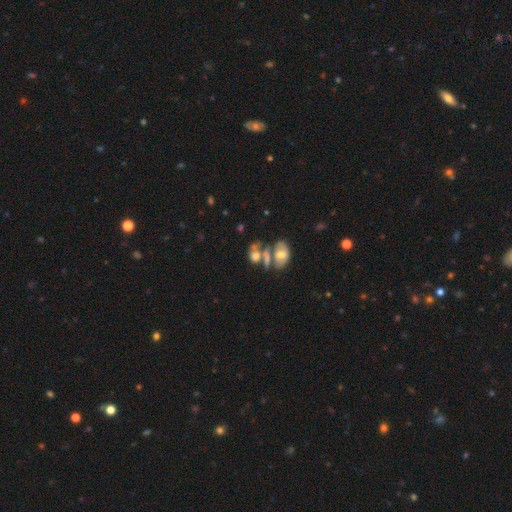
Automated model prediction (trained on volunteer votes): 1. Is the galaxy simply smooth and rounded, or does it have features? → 55% smooth, 33% featured or disk, 12% star or artifact.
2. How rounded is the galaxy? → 70% in between, 28% round, 2% cigar-shaped.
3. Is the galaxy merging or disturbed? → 58% merger, 19% none, 13% major disturbance, 11% minor disturbance.